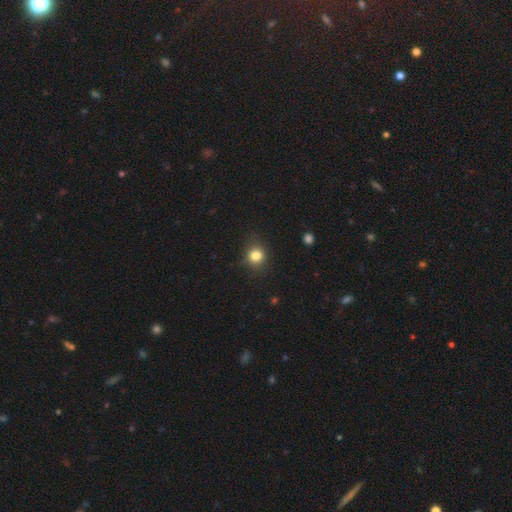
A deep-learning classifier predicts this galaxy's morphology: Smooth or featured? Predicted: smooth (p=0.81). How rounded? Predicted: round (p=0.76). Merging? Predicted: none (p=0.77).